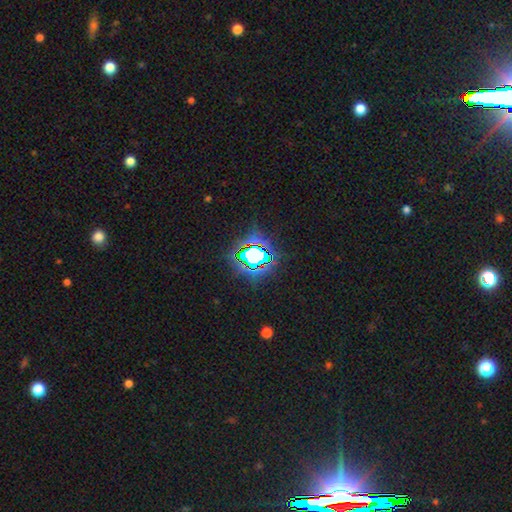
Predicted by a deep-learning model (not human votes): The model was most divided on "smooth or featured": star or artifact: 70%, smooth: 17%, featured or disk: 12%.